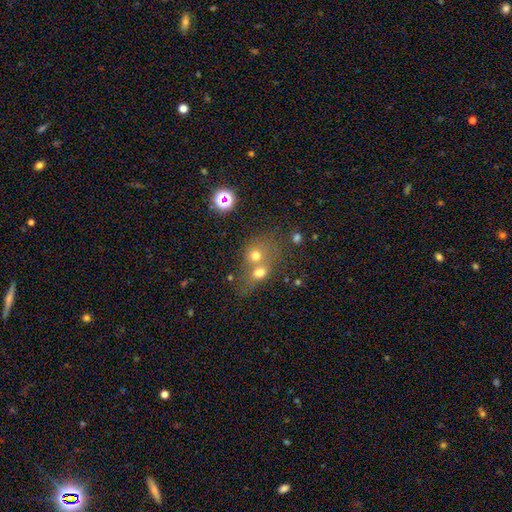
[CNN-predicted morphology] type=smooth (66%); roundness=round (68%); merging=merger (61%).